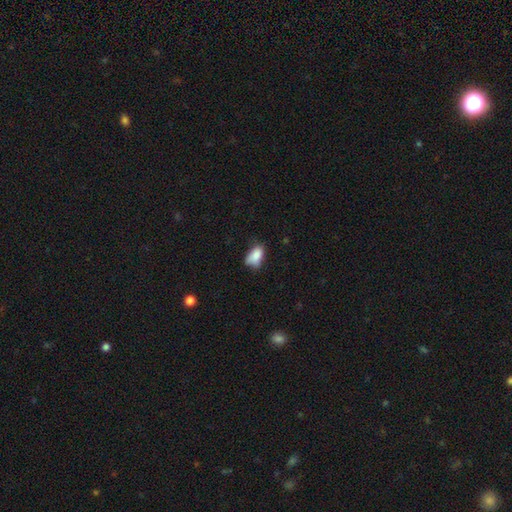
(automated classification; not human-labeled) A smooth galaxy with no disk features (83%) that is in between round and cigar-shaped (90%). Merging: none (46%).